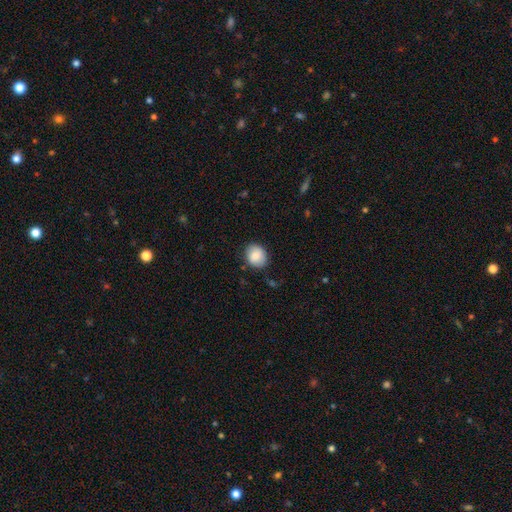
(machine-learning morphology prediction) smooth-or-featured: smooth: 85% | featured or disk: 7% | star or artifact: 7%
  how-rounded: round: 63% | in between: 36% | cigar-shaped: 1%
  merging: none: 82% | minor disturbance: 14% | major disturbance: 3% | merger: 1%